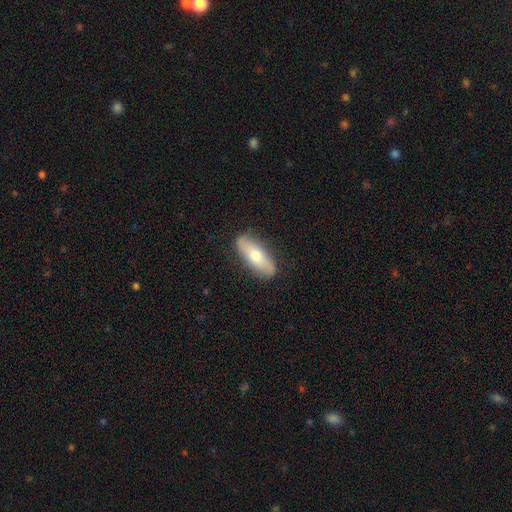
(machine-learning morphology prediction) Overall: smooth (64%; featured or disk 30%). How rounded: in between (63%; cigar-shaped 34%). Merging: none (86%).